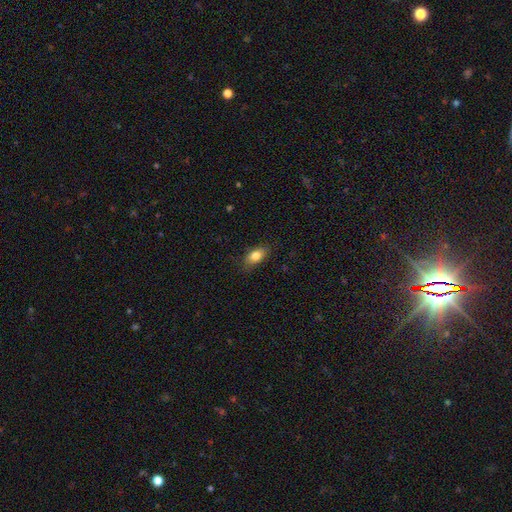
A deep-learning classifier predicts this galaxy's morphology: Smooth or featured? smooth (80%)
How rounded? in between (85%)
Merging? none (81%)